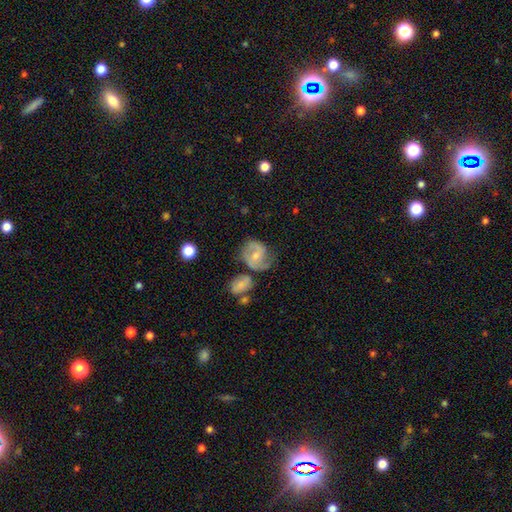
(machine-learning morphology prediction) A featured or disk galaxy (69%) with a weak bar (44%), 2 (75%) medium (48%) spiral arms (88%) and a moderate central bulge (48%).

Vote fractions:
- Smooth or featured? featured or disk: 69% / smooth: 25% / star or artifact: 7%
- Edge-on disk? no: 97% / yes: 3%
- Bar? weak: 44% / no: 40% / strong: 16%
- Spiral arms? yes: 88% / no: 12%
- Spiral winding? medium: 48% / tight: 28% / loose: 24%
- Spiral arm count? 2: 75% / can't tell: 11% / 1: 9% / 3: 3% / 4: 1% / more than 4: 1%
- Bulge size? moderate: 48% / small: 46% / none: 3% / large: 2% / dominant: 1%
- Merging? none: 49% / minor disturbance: 24% / major disturbance: 15% / merger: 12%